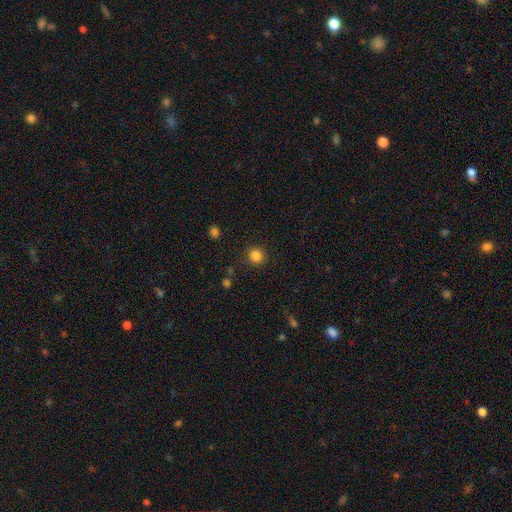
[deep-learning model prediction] Smooth or featured? Predicted: smooth (p=0.84). How rounded? Predicted: round (p=0.91). Merging? Predicted: none (p=0.88).